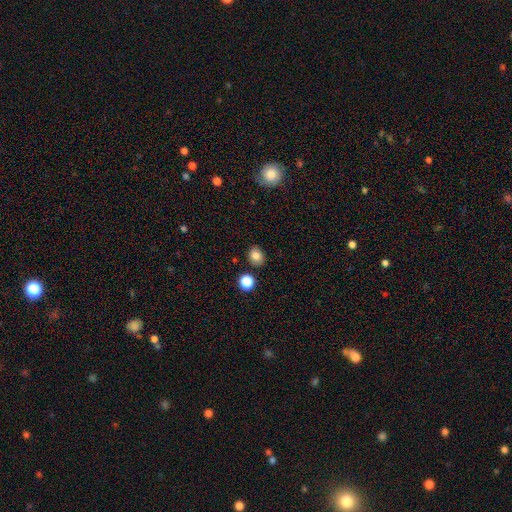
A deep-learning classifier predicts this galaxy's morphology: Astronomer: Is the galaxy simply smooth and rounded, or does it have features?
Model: smooth — 82%.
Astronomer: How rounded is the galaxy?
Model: round — 59% (runner-up: in between, 40%).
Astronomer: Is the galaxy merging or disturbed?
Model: none — 84%.